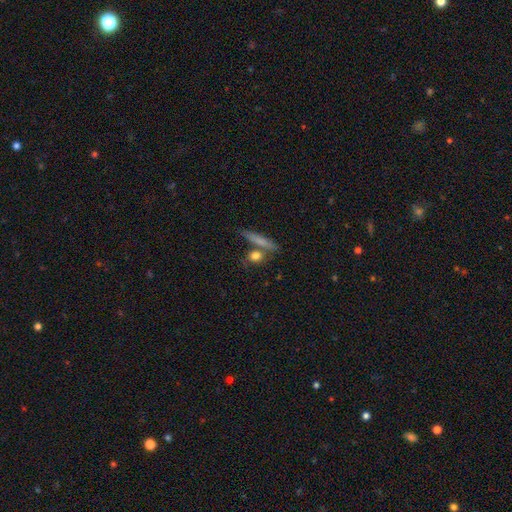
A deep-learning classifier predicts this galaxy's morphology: A smooth galaxy with no disk features (77%) that is round (41%). Merging: none (64%).